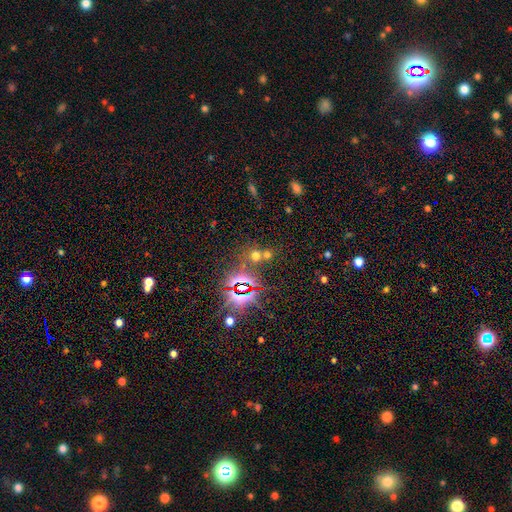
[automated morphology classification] Smooth or featured? star or artifact (46%)